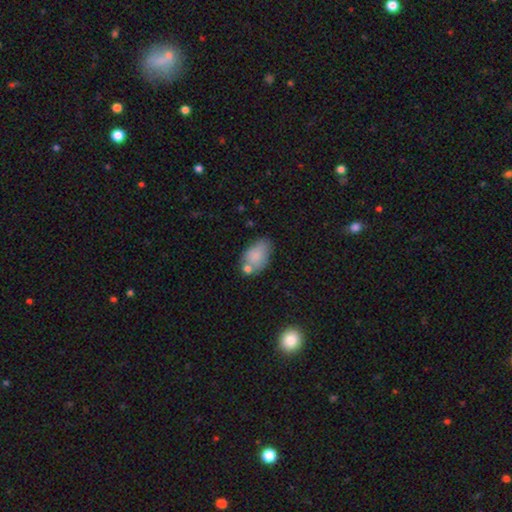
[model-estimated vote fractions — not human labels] smooth-or-featured: smooth: 81% | featured or disk: 11% | star or artifact: 8%
  how-rounded: in between: 90% | round: 8% | cigar-shaped: 2%
  merging: none: 54% | minor disturbance: 23% | merger: 15% | major disturbance: 7%